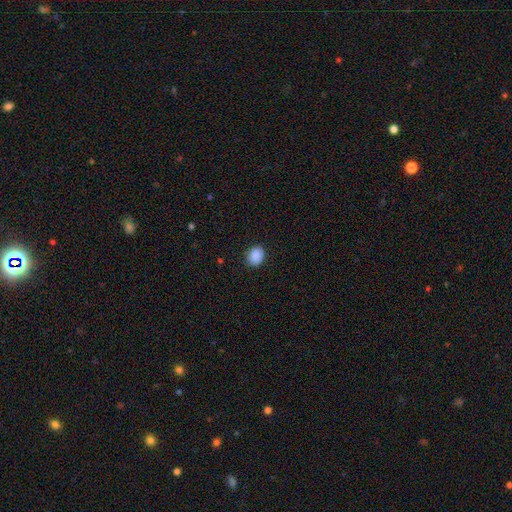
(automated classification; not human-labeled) Q: Smooth or featured?
A: smooth (89%); runner-up: star or artifact (8%)
Q: How rounded?
A: round (59%); runner-up: in between (40%)
Q: Merging?
A: none (87%); runner-up: minor disturbance (10%)